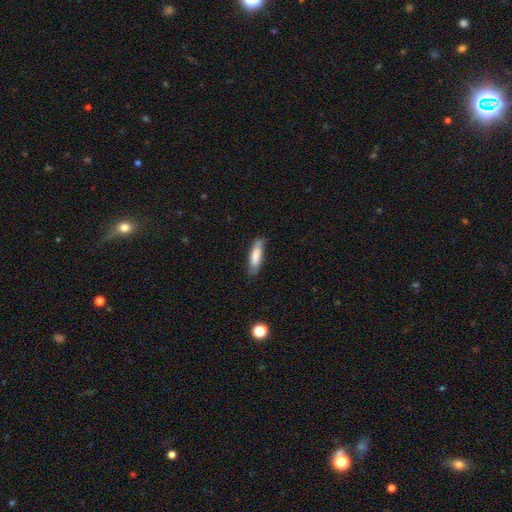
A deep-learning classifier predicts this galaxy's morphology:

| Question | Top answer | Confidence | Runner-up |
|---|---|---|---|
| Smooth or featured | smooth | 77% | featured or disk (17%) |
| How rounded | cigar-shaped | 58% | in between (41%) |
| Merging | none | 76% | minor disturbance (19%) |